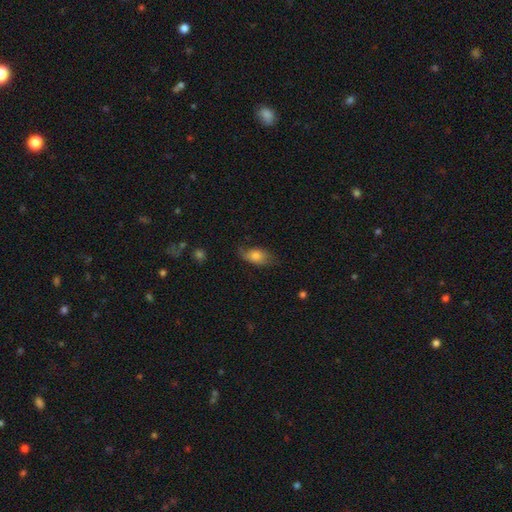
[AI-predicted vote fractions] Smooth or featured? Predicted: smooth (p=0.73). How rounded? Predicted: in between (p=0.89). Merging? Predicted: none (p=0.60).